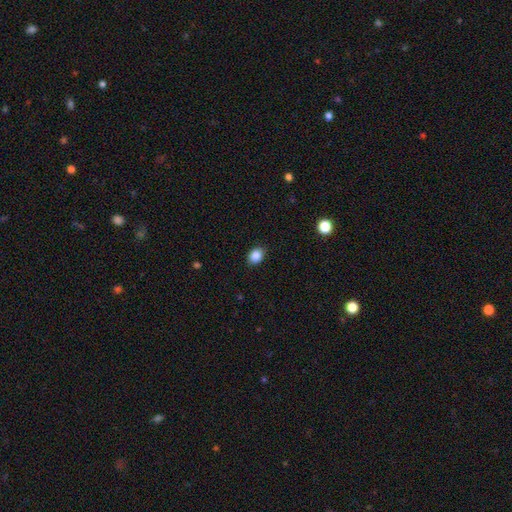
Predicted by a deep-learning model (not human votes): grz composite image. It shows a smooth galaxy with no disk features (87%) that is in between round and cigar-shaped (60%). Merging: none (88%).